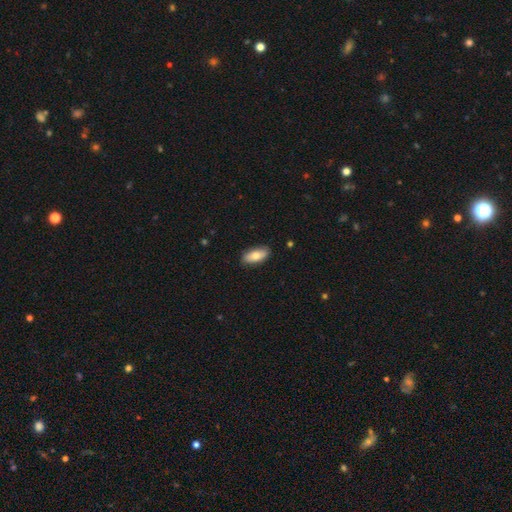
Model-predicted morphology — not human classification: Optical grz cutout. It shows a smooth galaxy with no disk features (76%) that is in between round and cigar-shaped (85%). Merging: none (86%).